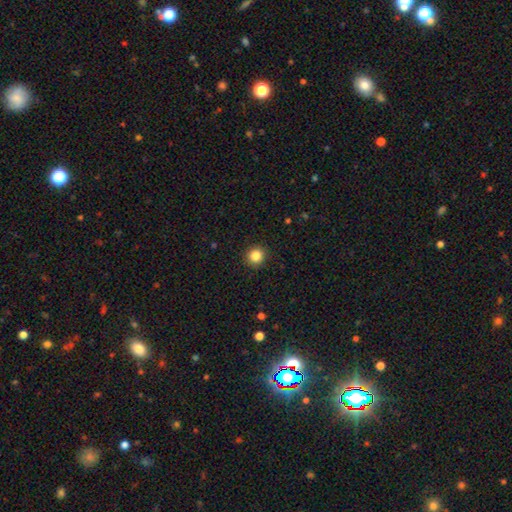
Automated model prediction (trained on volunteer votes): smooth_or_featured: smooth (p=0.85) [alt: star or artifact p=0.11]
how_rounded: round (p=0.93) [alt: in between p=0.06]
merging: none (p=0.91) [alt: minor disturbance p=0.06]